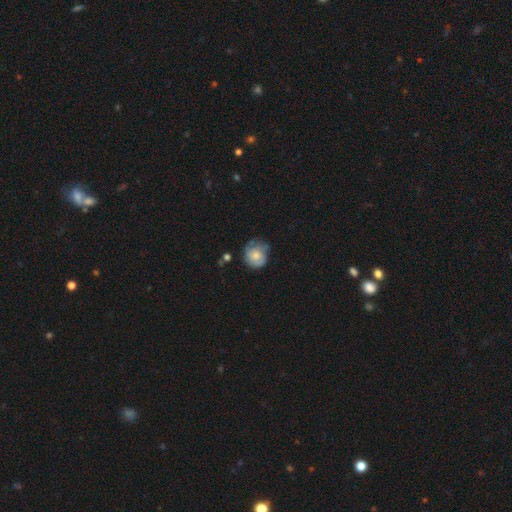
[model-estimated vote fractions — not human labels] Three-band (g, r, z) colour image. It shows a smooth galaxy with no disk features (56%) that is round (80%). Merging: none (55%).